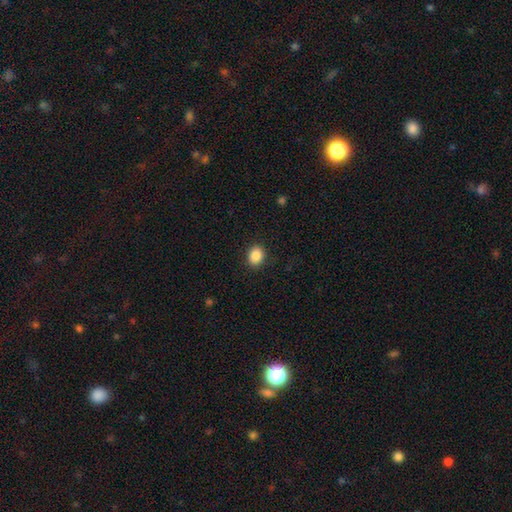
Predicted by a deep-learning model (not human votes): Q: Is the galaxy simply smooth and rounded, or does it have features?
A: smooth — 88%.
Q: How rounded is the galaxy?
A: round — 55%.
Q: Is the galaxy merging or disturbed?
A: none — 90%.